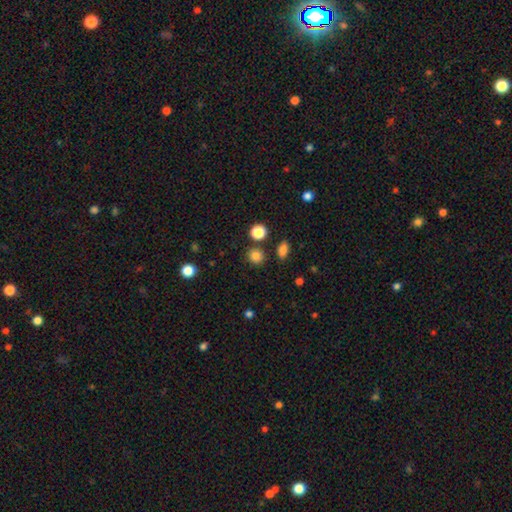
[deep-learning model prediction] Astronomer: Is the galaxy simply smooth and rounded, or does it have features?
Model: smooth — 83%.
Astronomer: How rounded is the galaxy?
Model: round — 86%.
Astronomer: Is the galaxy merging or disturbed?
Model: none — 83%.